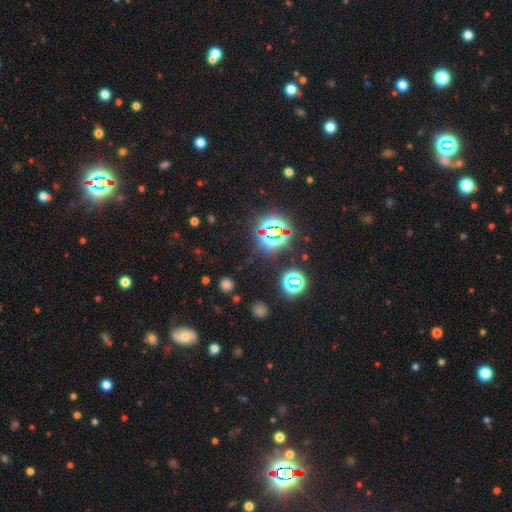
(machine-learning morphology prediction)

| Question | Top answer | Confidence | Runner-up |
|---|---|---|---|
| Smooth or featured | star or artifact | 74% | smooth (19%) |